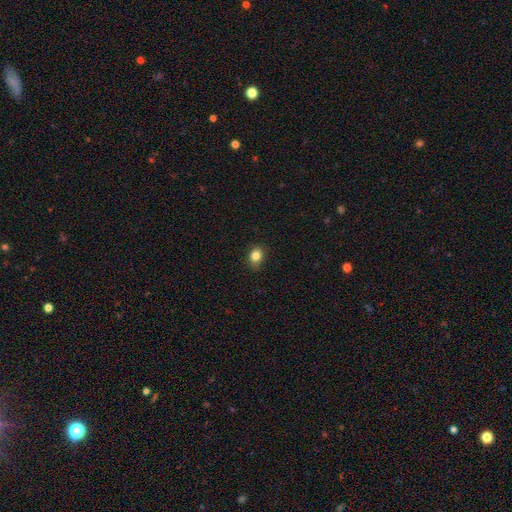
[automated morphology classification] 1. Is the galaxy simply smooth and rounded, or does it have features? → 83% smooth, 11% star or artifact, 6% featured or disk.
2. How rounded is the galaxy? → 50% round, 49% in between, 1% cigar-shaped.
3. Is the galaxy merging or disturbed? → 83% none, 14% minor disturbance, 2% major disturbance, 1% merger.